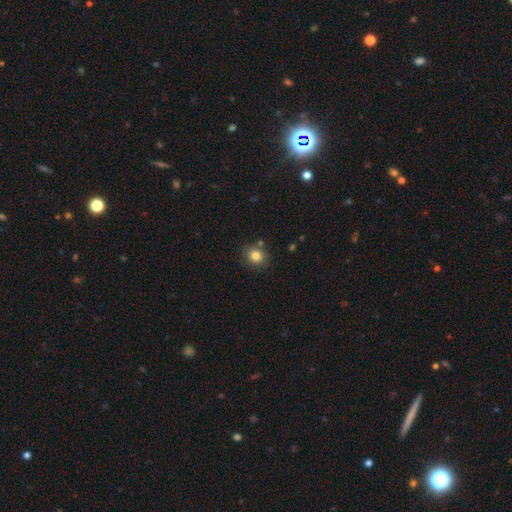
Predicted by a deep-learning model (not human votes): Overall: smooth (83%). How rounded: round (72%). Merging: none (78%).